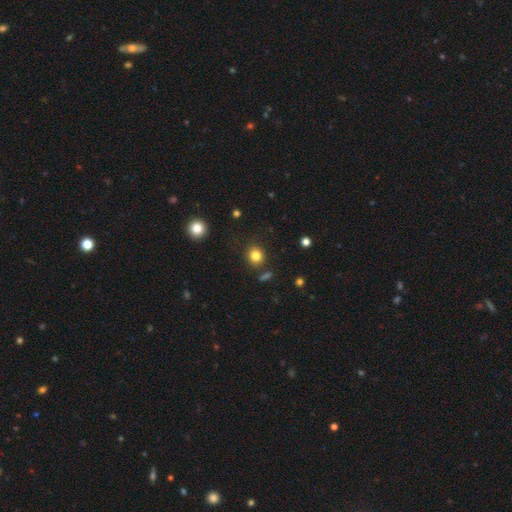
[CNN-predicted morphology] Smooth or featured: smooth — 82% (star or artifact — 13%)
How rounded: round — 83% (in between — 16%)
Merging: none — 86% (minor disturbance — 8%)